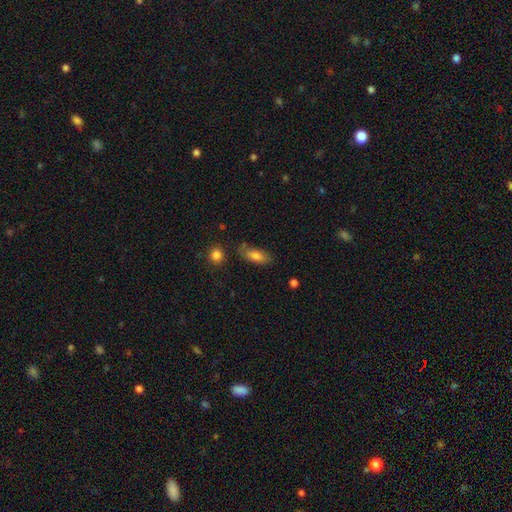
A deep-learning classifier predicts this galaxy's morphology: Overall: smooth (76%). How rounded: in between (78%). Merging: none (67%).